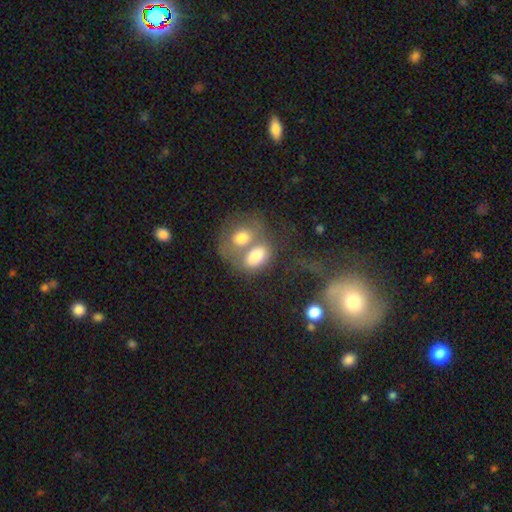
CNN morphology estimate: A smooth galaxy with no disk features (66%) that is in between round and cigar-shaped (81%).

Vote fractions:
- Smooth or featured? smooth: 66% / featured or disk: 24% / star or artifact: 10%
- How rounded? in between: 81% / round: 17% / cigar-shaped: 2%
- Merging? merger: 64% / none: 18% / major disturbance: 10% / minor disturbance: 8%